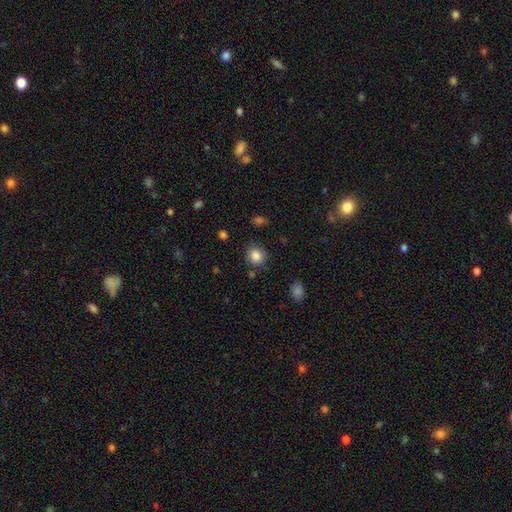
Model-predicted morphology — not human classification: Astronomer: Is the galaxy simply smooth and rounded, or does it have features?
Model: smooth — 85%.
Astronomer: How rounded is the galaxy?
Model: round — 81%.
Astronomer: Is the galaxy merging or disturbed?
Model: none — 81%.